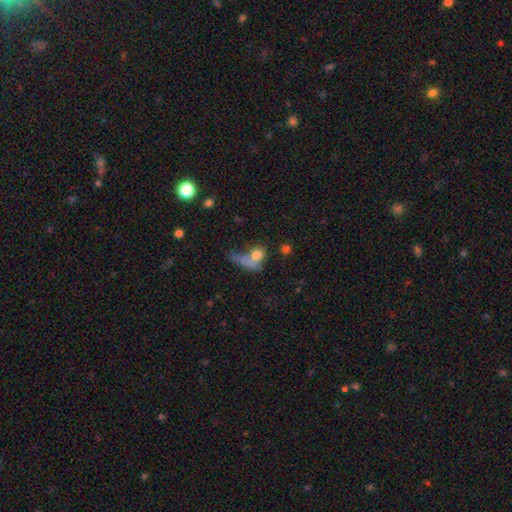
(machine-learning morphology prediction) Smooth or featured?
  - smooth: 62% *
  - featured or disk: 20%
  - star or artifact: 17%
How rounded?
  - round: 54% *
  - in between: 36%
  - cigar-shaped: 10%
Merging?
  - none: 34% *
  - merger: 27%
  - major disturbance: 26%
  - minor disturbance: 13%